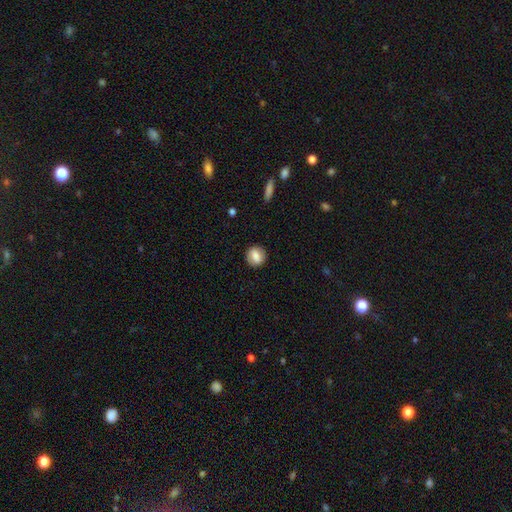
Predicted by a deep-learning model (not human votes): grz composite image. It shows a smooth galaxy with no disk features (76%) that is round (77%). Merging: none (88%).